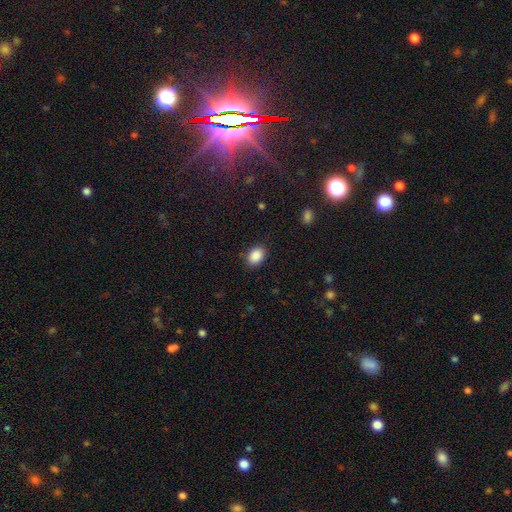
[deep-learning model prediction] Smooth or featured: smooth — 89% (star or artifact — 8%)
How rounded: in between — 77% (round — 22%)
Merging: none — 87% (minor disturbance — 10%)